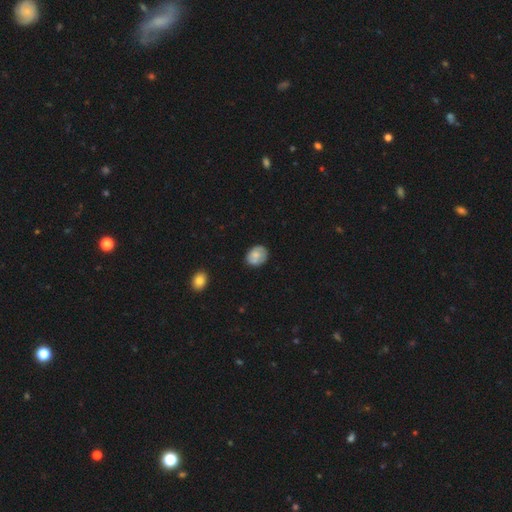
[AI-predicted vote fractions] Q: Smooth or featured?
A: smooth (68%); runner-up: featured or disk (25%)
Q: How rounded?
A: in between (54%); runner-up: round (45%)
Q: Merging?
A: none (74%); runner-up: minor disturbance (20%)